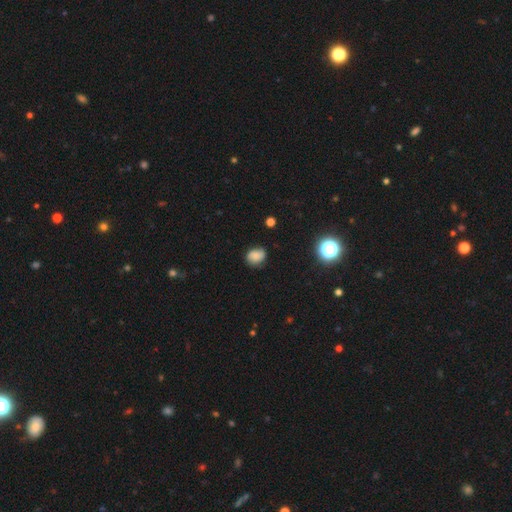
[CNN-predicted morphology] The model was most divided on "how rounded": in between: 52%, round: 46%, cigar-shaped: 1%. More confident: smooth or featured — smooth (77%); merging — none (71%).